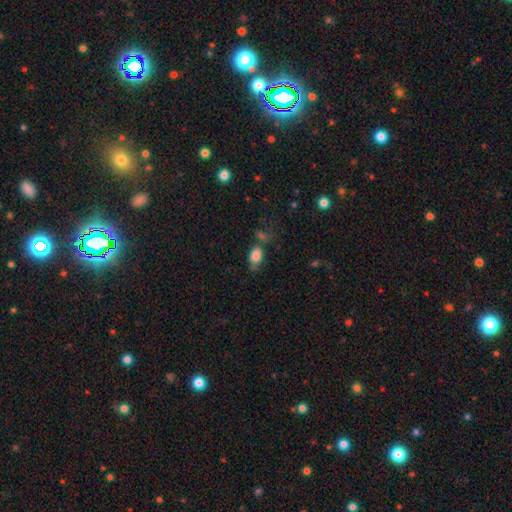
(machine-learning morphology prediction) smooth 84%, star or artifact 9%, featured or disk 7%. Down the decision tree: how rounded — in between (85%); merging — none (53%).